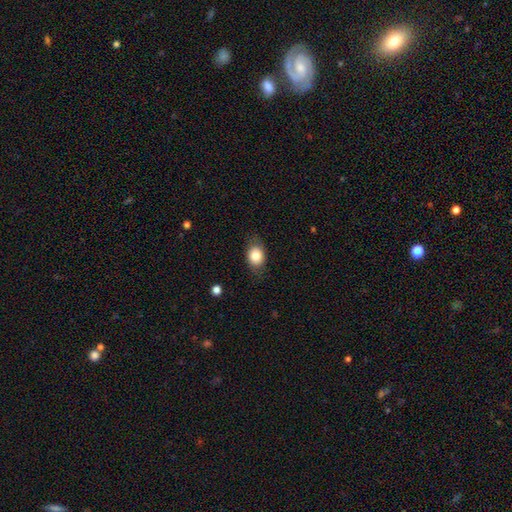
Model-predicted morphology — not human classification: Smooth or featured: smooth — 80% (featured or disk — 12%)
How rounded: in between — 62% (round — 37%)
Merging: none — 78% (minor disturbance — 16%)